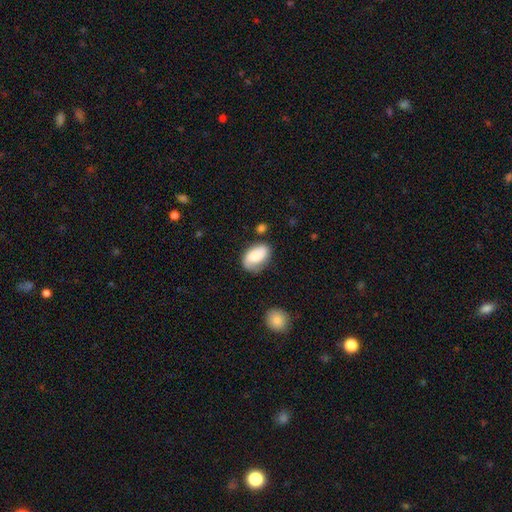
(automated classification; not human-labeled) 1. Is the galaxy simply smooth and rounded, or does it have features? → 66% smooth, 26% featured or disk, 8% star or artifact.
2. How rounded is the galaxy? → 90% in between, 8% round, 1% cigar-shaped.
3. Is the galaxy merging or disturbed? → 56% none, 29% minor disturbance, 11% major disturbance, 5% merger.